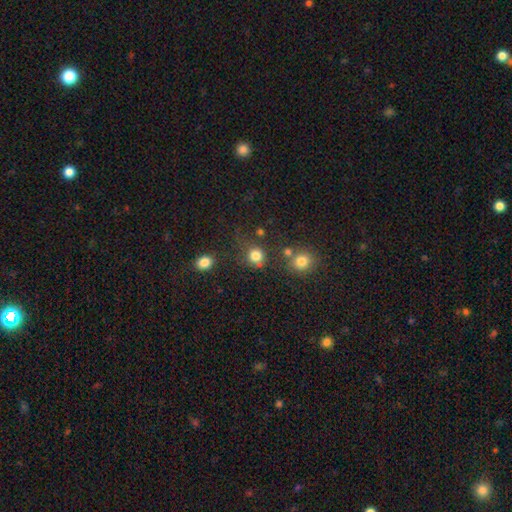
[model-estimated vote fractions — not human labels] The model was most divided on "merging": none: 67%, minor disturbance: 13%, merger: 13%, major disturbance: 7%. More confident: how rounded — round (86%); smooth or featured — smooth (80%).